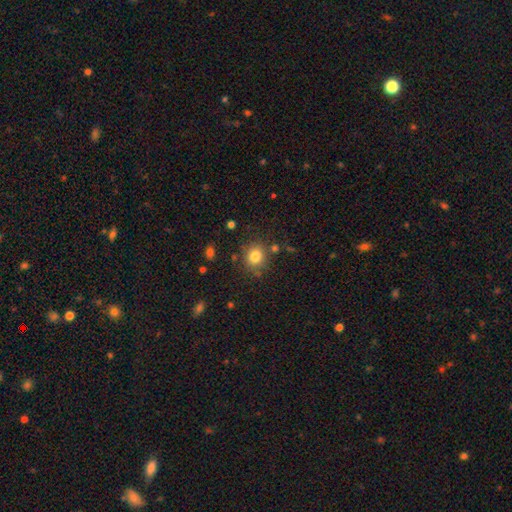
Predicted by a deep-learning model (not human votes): smooth_or_featured: smooth (p=0.81) [alt: star or artifact p=0.12]
how_rounded: round (p=0.81) [alt: in between p=0.18]
merging: none (p=0.80) [alt: minor disturbance p=0.11]